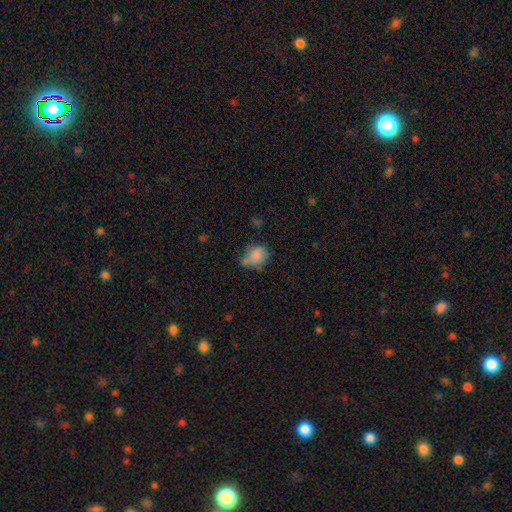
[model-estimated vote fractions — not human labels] Q: Smooth or featured?
A: smooth (76%); runner-up: featured or disk (13%)
Q: How rounded?
A: in between (51%); runner-up: round (48%)
Q: Merging?
A: none (41%); runner-up: minor disturbance (35%)